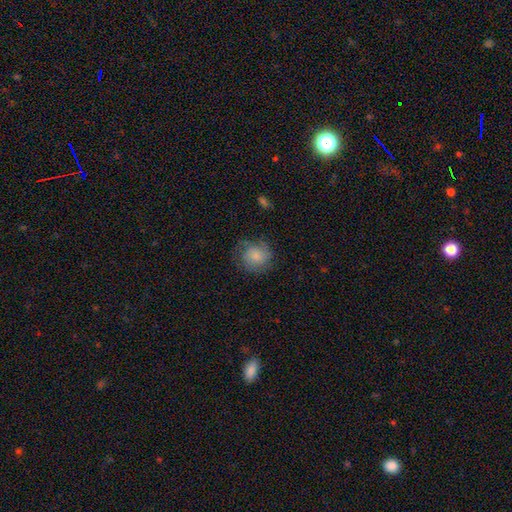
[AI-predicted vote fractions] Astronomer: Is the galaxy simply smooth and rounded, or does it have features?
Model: smooth — 69%.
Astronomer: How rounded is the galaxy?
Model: round — 83%.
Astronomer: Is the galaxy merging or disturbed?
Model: none — 63%.